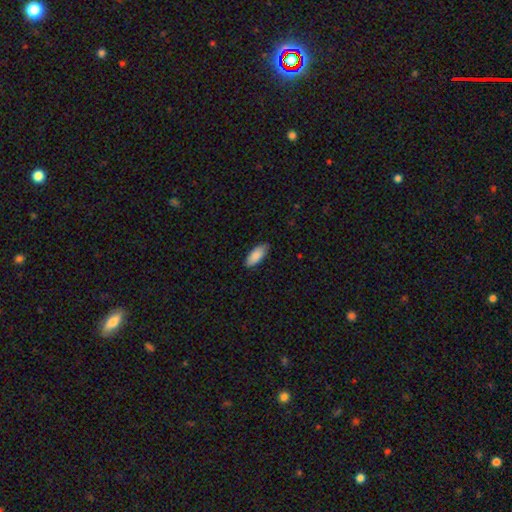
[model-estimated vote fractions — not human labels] smooth-or-featured: smooth: 89% | featured or disk: 6% | star or artifact: 6%
  how-rounded: in between: 81% | cigar-shaped: 18% | round: 2%
  merging: none: 85% | minor disturbance: 12% | major disturbance: 2% | merger: 1%